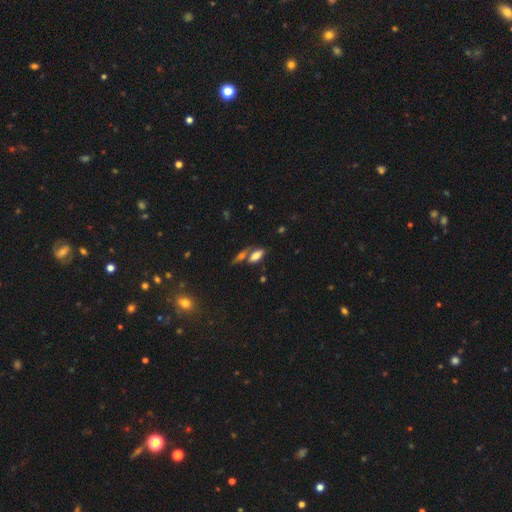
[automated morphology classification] Overall: smooth (71%). How rounded: in between (77%). Merging: none (56%; merger 28%).